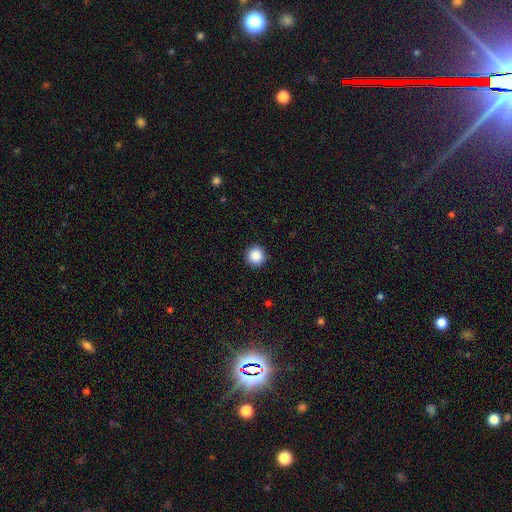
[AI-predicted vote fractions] This is clearly a smooth galaxy (88%). How rounded: clearly round (96%). Merging: clearly none (93%).